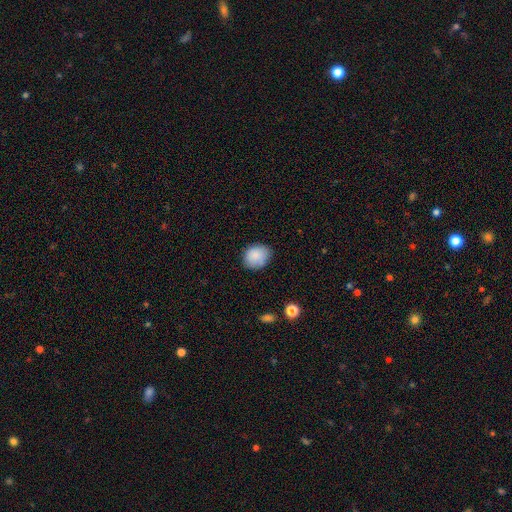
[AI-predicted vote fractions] smooth-or-featured: smooth: 86% | star or artifact: 8% | featured or disk: 6%
  how-rounded: round: 63% | in between: 36% | cigar-shaped: 1%
  merging: none: 76% | minor disturbance: 18% | major disturbance: 4% | merger: 2%